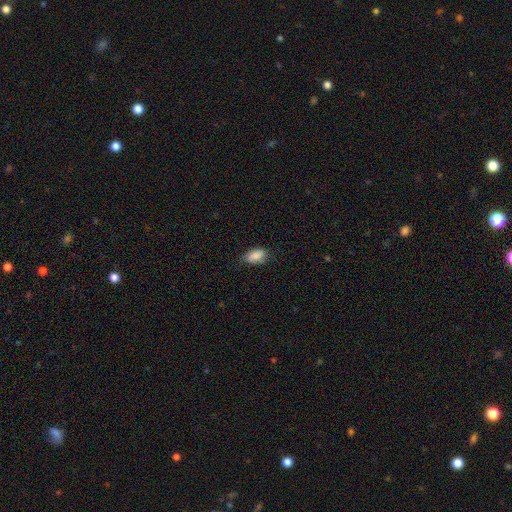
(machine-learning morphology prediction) The model was most divided on "merging": none: 66%, minor disturbance: 28%, major disturbance: 5%, merger: 1%. More confident: how rounded — in between (92%); smooth or featured — smooth (86%).